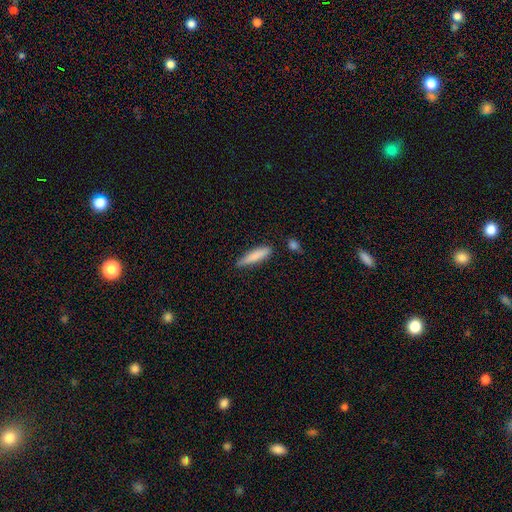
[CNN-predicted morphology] smooth 83%, featured or disk 11%, star or artifact 6%. Down the decision tree: how rounded — cigar-shaped (80%); merging — none (77%).